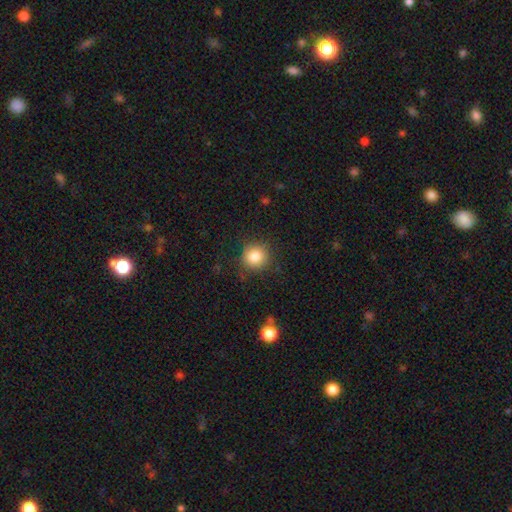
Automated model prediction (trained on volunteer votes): smooth_or_featured: smooth (p=0.85) [alt: star or artifact p=0.10]
how_rounded: round (p=0.92) [alt: in between p=0.07]
merging: none (p=0.84) [alt: minor disturbance p=0.11]